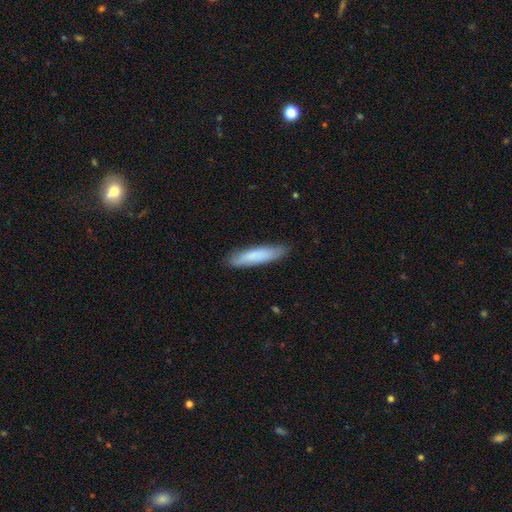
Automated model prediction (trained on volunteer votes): Morphology: type=smooth (77%); roundness=cigar-shaped (80%); merging=none (83%).